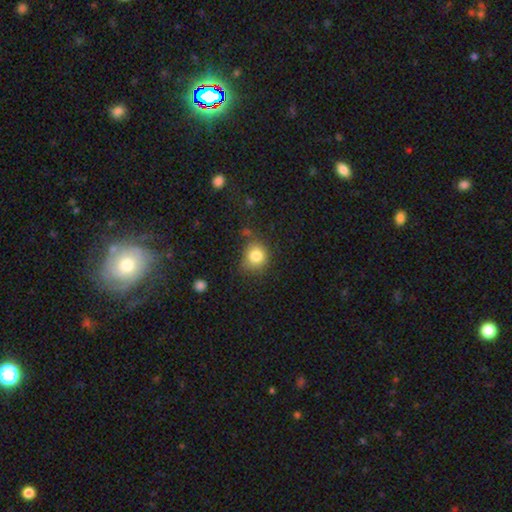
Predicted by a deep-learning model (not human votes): Smooth or featured?
  - smooth: 81% *
  - star or artifact: 11%
  - featured or disk: 8%
How rounded?
  - round: 78% *
  - in between: 22%
  - cigar-shaped: 1%
Merging?
  - none: 67% *
  - minor disturbance: 22%
  - major disturbance: 7%
  - merger: 4%